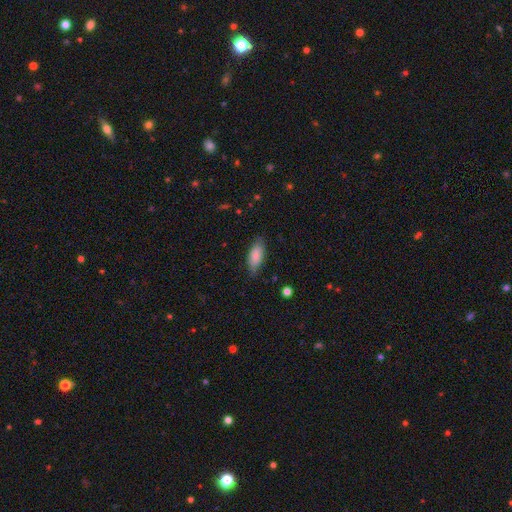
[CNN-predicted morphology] smooth-or-featured: smooth: 84% | featured or disk: 9% | star or artifact: 6%
  how-rounded: in between: 79% | cigar-shaped: 20% | round: 2%
  merging: none: 78% | minor disturbance: 18% | major disturbance: 3% | merger: 1%